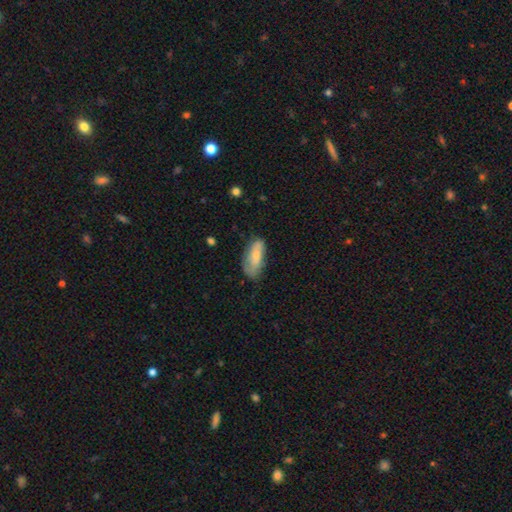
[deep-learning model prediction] The model was most divided on "merging": none: 59%, minor disturbance: 29%, major disturbance: 9%, merger: 2%. More confident: how rounded — in between (80%); smooth or featured — smooth (70%).